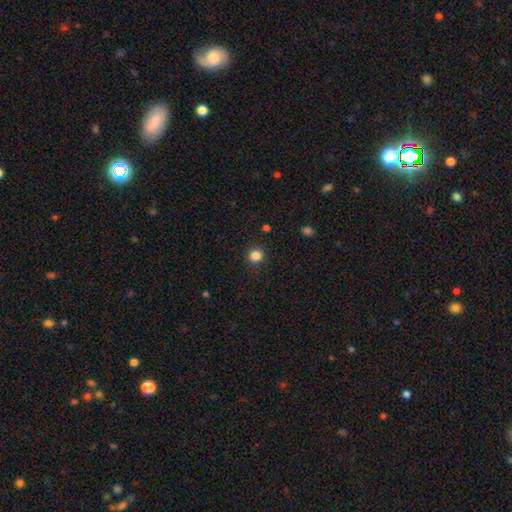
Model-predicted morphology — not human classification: Overall: smooth (84%). How rounded: round (93%). Merging: none (91%).